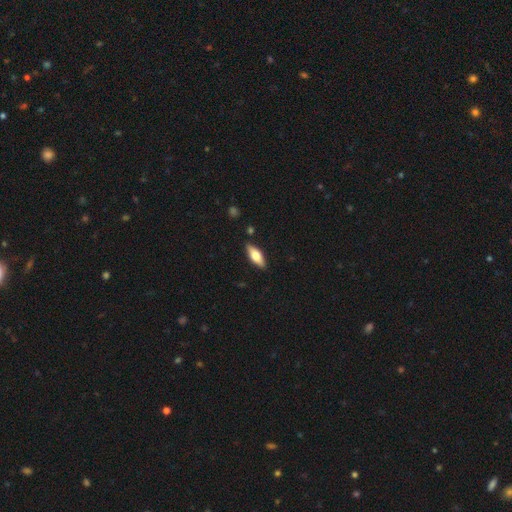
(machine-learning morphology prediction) The model was most divided on "smooth or featured": smooth: 60%, featured or disk: 34%, star or artifact: 6%. More confident: merging — none (87%); how rounded — in between (70%).